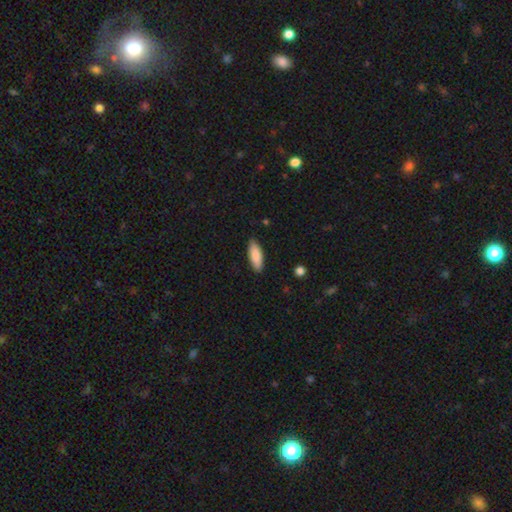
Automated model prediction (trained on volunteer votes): This appears to be a smooth galaxy with no disk features (88%) that is in between round and cigar-shaped (68%). Merging: none (88%).